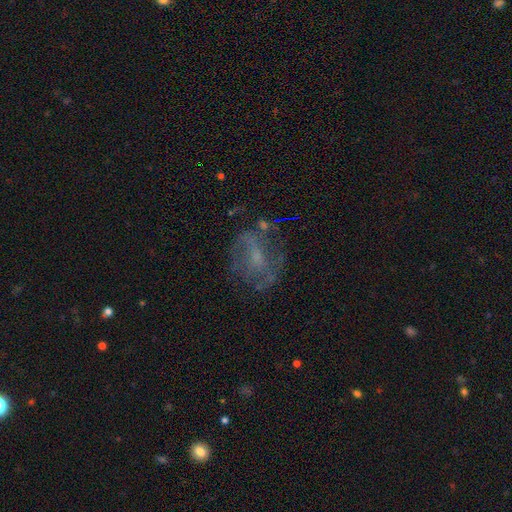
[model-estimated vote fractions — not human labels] The model was most divided on "spiral arms": no: 51%, yes: 49%. Remaining: edge-on disk — no (95%); smooth or featured — featured or disk (59%); merging — none (55%); bar — no (51%); bulge size — small (38%).